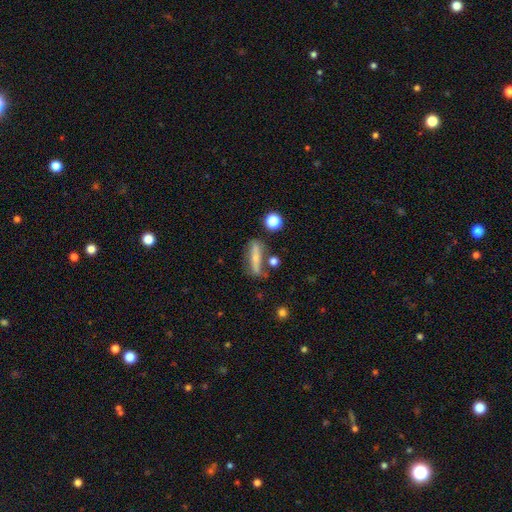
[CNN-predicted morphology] Smooth or featured?
  - smooth: 45% *
  - featured or disk: 44%
  - star or artifact: 11%
Merging?
  - none: 60% *
  - minor disturbance: 21%
  - merger: 10%
  - major disturbance: 9%